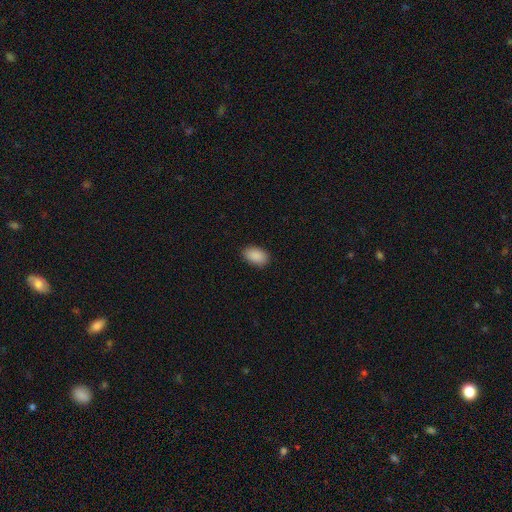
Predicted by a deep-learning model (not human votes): A smooth galaxy with no disk features (90%) that is in between round and cigar-shaped (93%). Merging: none (88%).